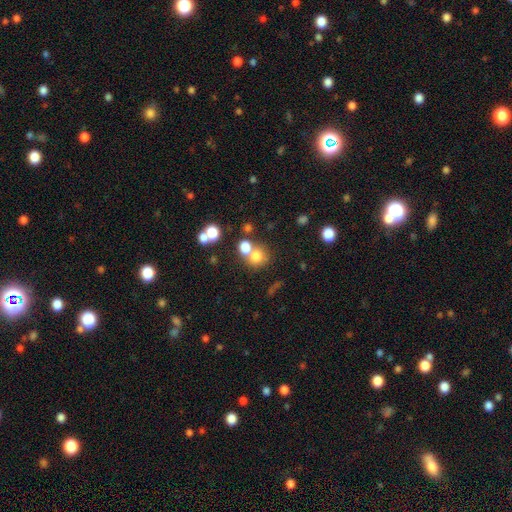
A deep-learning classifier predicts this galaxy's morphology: Q: Smooth or featured?
A: smooth (73%); runner-up: star or artifact (16%)
Q: How rounded?
A: round (76%); runner-up: in between (22%)
Q: Merging?
A: none (48%); runner-up: merger (38%)